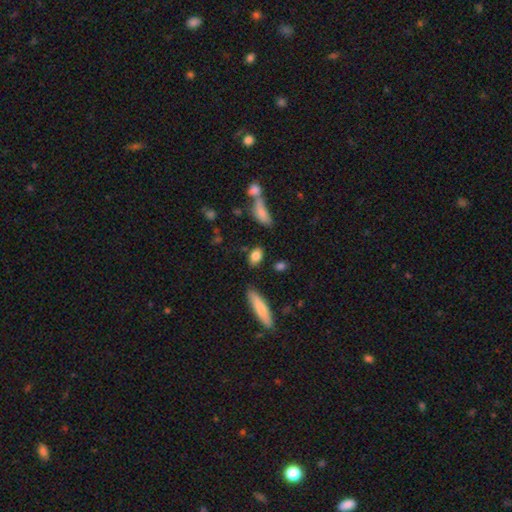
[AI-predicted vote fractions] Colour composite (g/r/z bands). It shows a smooth galaxy with no disk features (82%) that is in between round and cigar-shaped (83%). Merging: none (78%).